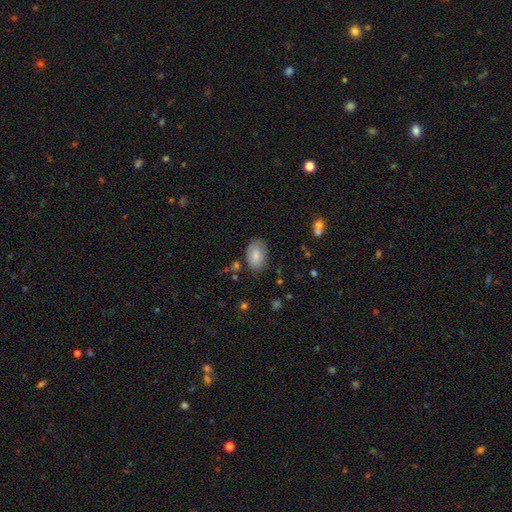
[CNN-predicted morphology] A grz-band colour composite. It shows a smooth galaxy with no disk features (81%) that is in between round and cigar-shaped (90%). Merging: none (75%).